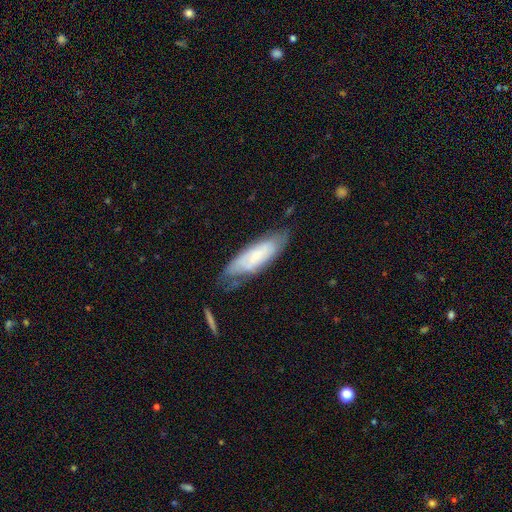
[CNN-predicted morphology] Smooth or featured? Predicted: smooth (p=0.54). How rounded? Predicted: in between (p=0.52). Merging? Predicted: none (p=0.61).